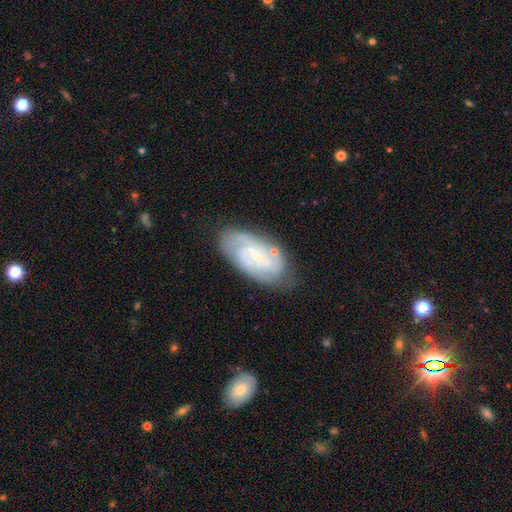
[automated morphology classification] featured or disk 82%, smooth 12%, star or artifact 6%. Down the decision tree: edge-on disk — no (96%); bar — no (49%); spiral arms — yes (95%); spiral arm count — 2 (45%); spiral winding — tight (58%); bulge size — small (76%); merging — none (75%).